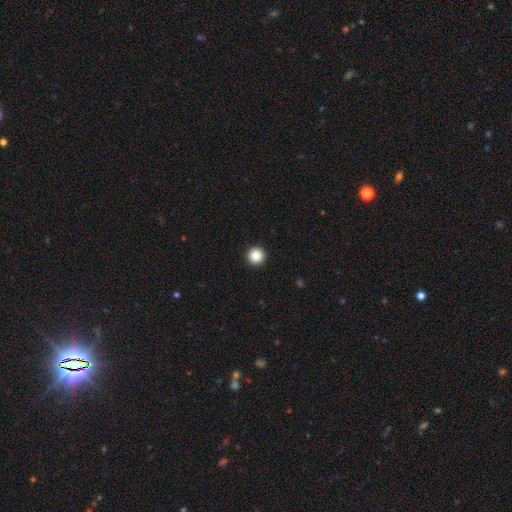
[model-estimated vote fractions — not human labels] A smooth galaxy with no disk features (87%) that is round (97%). Merging: none (94%).